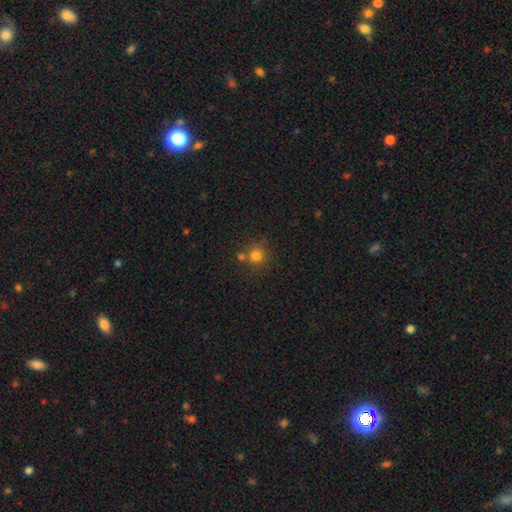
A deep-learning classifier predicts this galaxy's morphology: This is likely a smooth galaxy (78%). How rounded: clearly round (91%). Merging: likely none (66%).